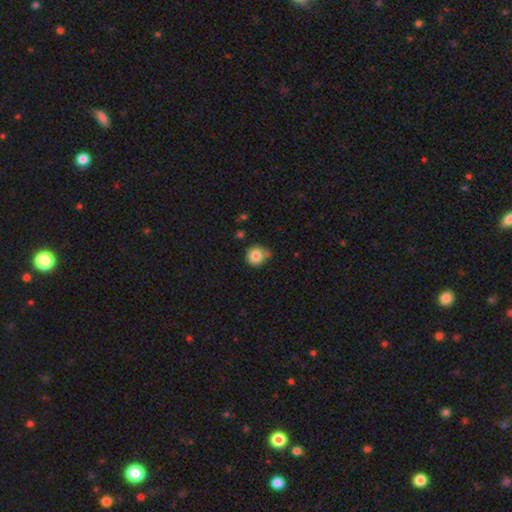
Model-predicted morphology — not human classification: A smooth galaxy with no disk features (83%) that is round (89%).

Vote fractions:
- Smooth or featured? smooth: 83% / star or artifact: 10% / featured or disk: 7%
- How rounded? round: 89% / in between: 10% / cigar-shaped: 1%
- Merging? none: 64% / minor disturbance: 22% / merger: 9% / major disturbance: 4%